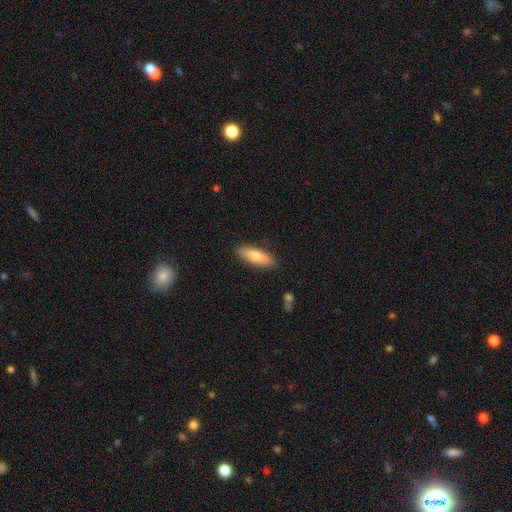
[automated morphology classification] Smooth or featured: smooth — 71% (featured or disk — 23%)
How rounded: in between — 54% (cigar-shaped — 44%)
Merging: none — 85% (minor disturbance — 11%)